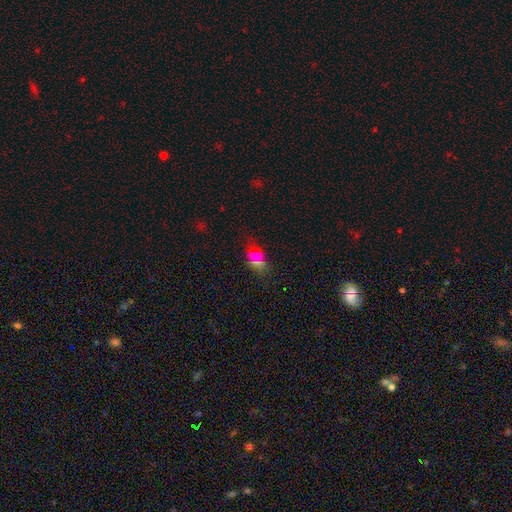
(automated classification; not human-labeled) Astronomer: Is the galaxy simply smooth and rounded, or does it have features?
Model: smooth — 60%.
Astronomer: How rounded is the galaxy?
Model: in between — 74%.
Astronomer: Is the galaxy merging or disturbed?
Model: none — 79%.